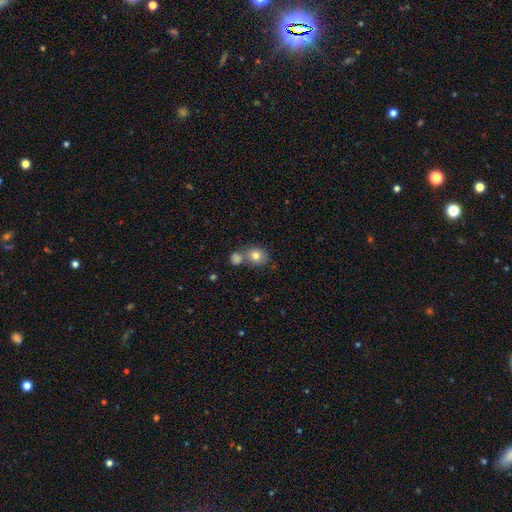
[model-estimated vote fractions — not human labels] This appears to be a smooth galaxy with no disk features (80%) that is round (69%). Merging: none (51%).